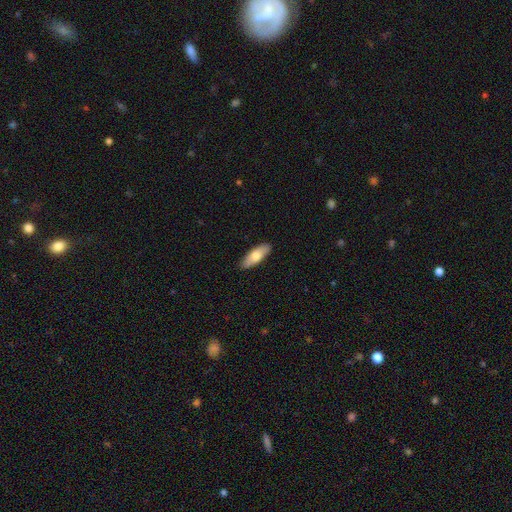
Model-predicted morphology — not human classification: smooth-or-featured: smooth: 73% | featured or disk: 21% | star or artifact: 5%
  how-rounded: in between: 64% | cigar-shaped: 34% | round: 2%
  merging: none: 89% | minor disturbance: 9% | major disturbance: 2% | merger: 1%